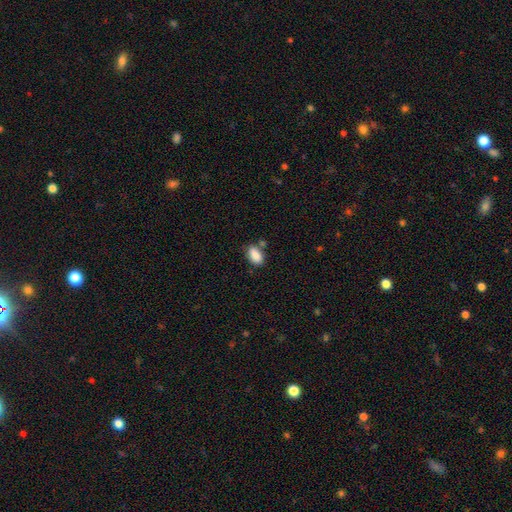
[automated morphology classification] A smooth galaxy with no disk features (87%) that is in between round and cigar-shaped (90%). Merging: none (66%).